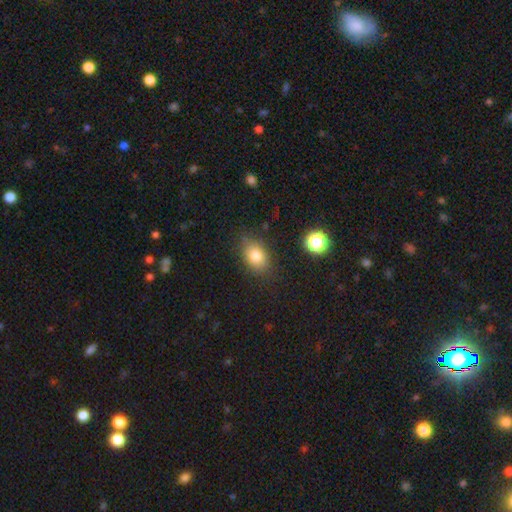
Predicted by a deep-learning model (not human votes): A smooth galaxy with no disk features (80%) that is in between round and cigar-shaped (70%). Merging: none (80%).